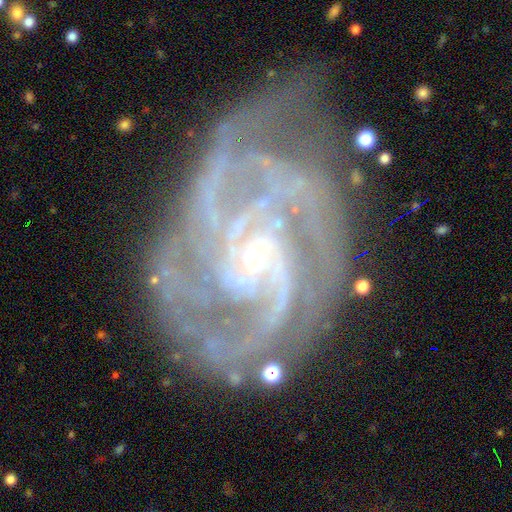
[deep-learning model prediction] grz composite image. It shows a featured or disk galaxy (91%) with no bar (52%), 3 (28%) tight (53%) spiral arms (98%) and a small central bulge (83%). Merging: none (66%).